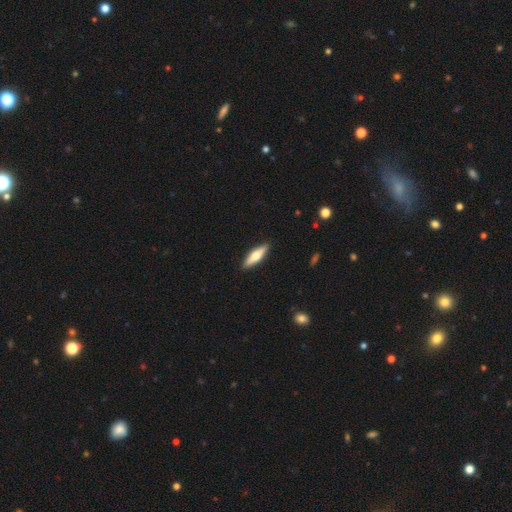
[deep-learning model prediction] Smooth or featured?
  - smooth: 52% *
  - featured or disk: 43%
  - star or artifact: 5%
How rounded?
  - cigar-shaped: 67% *
  - in between: 31%
  - round: 2%
Merging?
  - none: 90% *
  - minor disturbance: 7%
  - major disturbance: 2%
  - merger: 1%